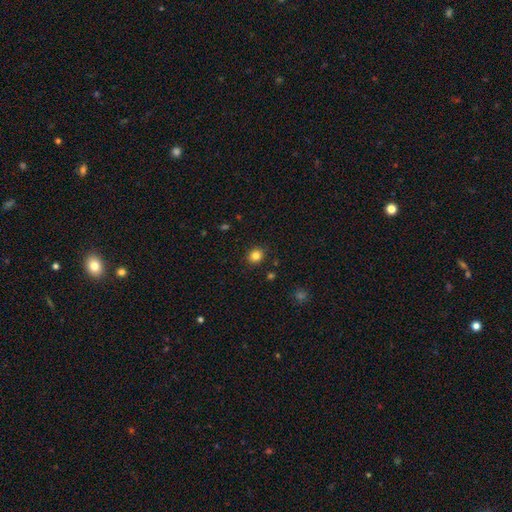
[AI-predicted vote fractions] Morphology: type=smooth (83%); roundness=round (79%); merging=none (89%).